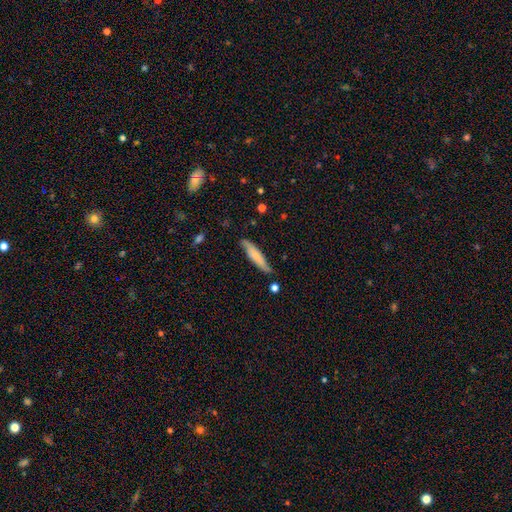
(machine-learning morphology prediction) type=smooth (62%); roundness=cigar-shaped (83%); merging=none (77%).